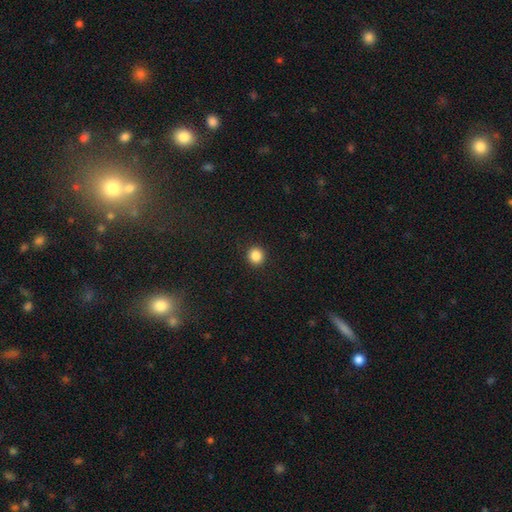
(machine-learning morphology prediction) smooth_or_featured: smooth (p=0.87) [alt: star or artifact p=0.10]
how_rounded: round (p=0.92) [alt: in between p=0.07]
merging: none (p=0.92) [alt: minor disturbance p=0.05]